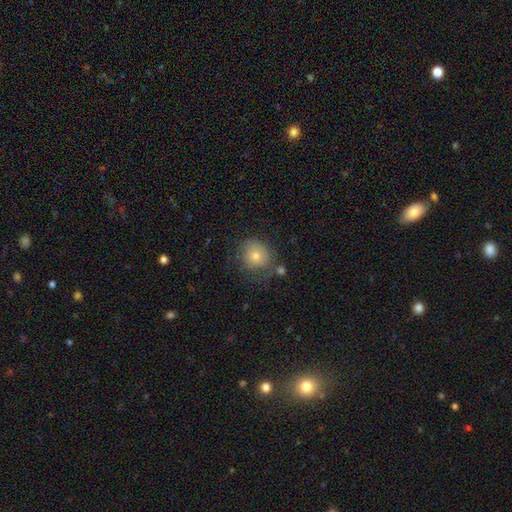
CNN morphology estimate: Q: Smooth or featured?
A: smooth (67%); runner-up: featured or disk (21%)
Q: How rounded?
A: round (83%); runner-up: in between (16%)
Q: Merging?
A: none (69%); runner-up: minor disturbance (19%)